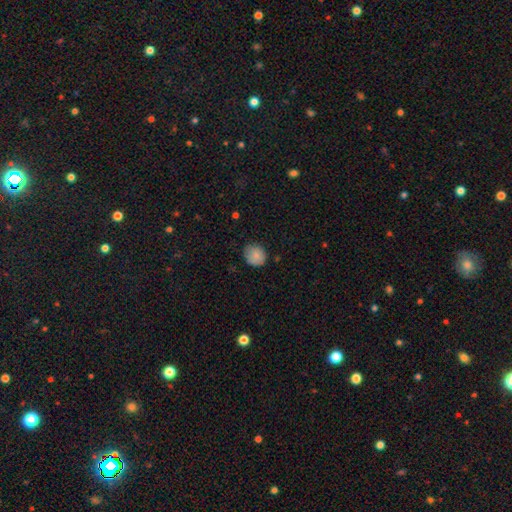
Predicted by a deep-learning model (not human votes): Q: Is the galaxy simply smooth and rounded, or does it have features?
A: smooth — 84%.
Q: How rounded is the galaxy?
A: round — 81%.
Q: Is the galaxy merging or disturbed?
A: none — 74%.